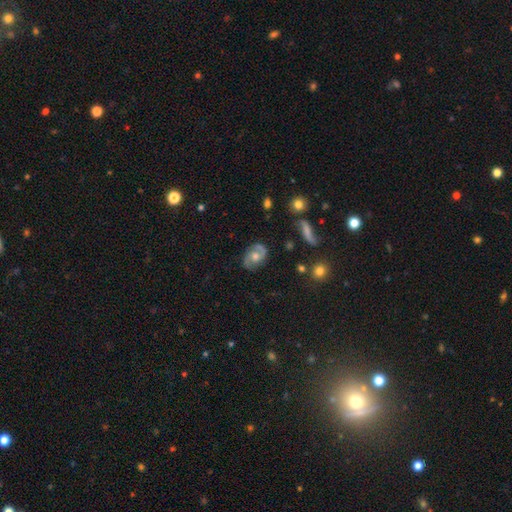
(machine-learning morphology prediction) smooth_or_featured: featured or disk (p=0.69) [alt: smooth p=0.23]
disk_edge_on: no (p=0.96) [alt: yes p=0.04]
bar: no (p=0.70) [alt: weak p=0.25]
has_spiral_arms: yes (p=0.86) [alt: no p=0.14]
spiral_winding: medium (p=0.48) [alt: tight p=0.27]
spiral_arm_count: 2 (p=0.86) [alt: can't tell p=0.07]
bulge_size: moderate (p=0.66) [alt: large p=0.17]
merging: none (p=0.75) [alt: minor disturbance p=0.17]